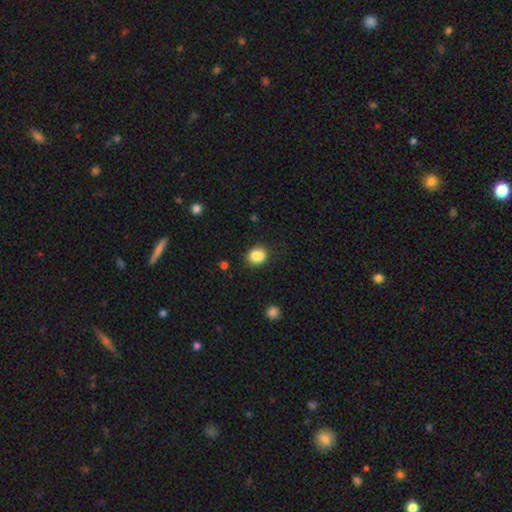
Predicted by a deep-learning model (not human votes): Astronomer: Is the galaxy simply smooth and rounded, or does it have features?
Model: smooth — 82%.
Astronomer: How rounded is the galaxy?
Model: round — 70%.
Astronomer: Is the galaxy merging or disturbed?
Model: none — 68%.